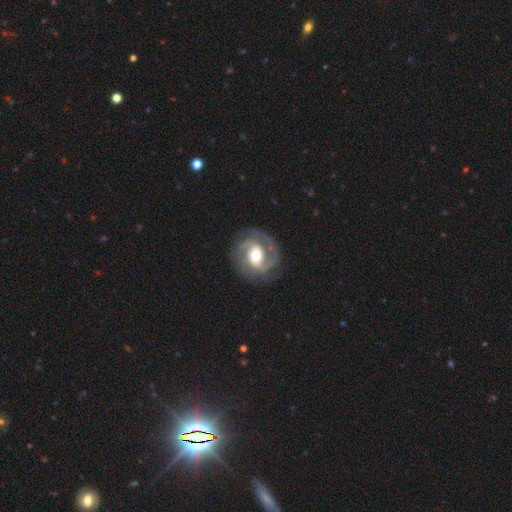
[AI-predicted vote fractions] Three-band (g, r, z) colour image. It shows a featured or disk galaxy (88%) with a weak bar (40%), 2 (85%) medium (47%) spiral arms (96%) and a moderate central bulge (70%). Merging: none (83%).